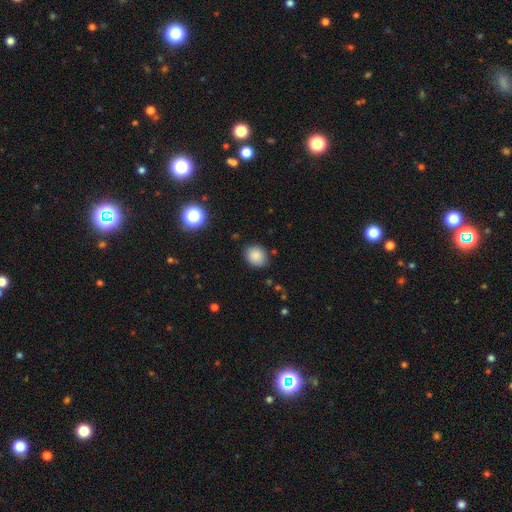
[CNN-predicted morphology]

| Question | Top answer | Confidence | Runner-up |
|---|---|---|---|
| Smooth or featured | smooth | 85% | star or artifact (10%) |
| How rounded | round | 62% | in between (37%) |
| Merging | none | 85% | minor disturbance (10%) |